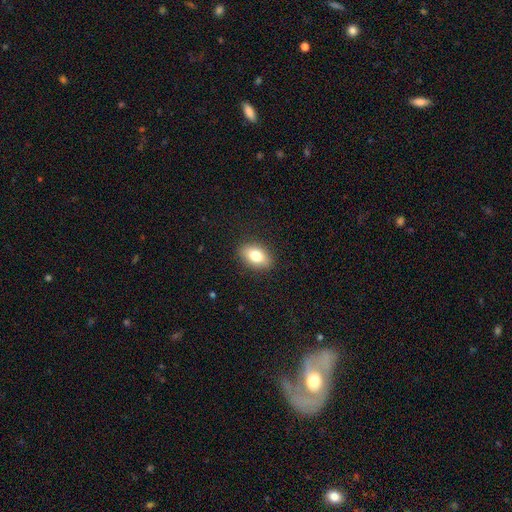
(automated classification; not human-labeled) A smooth galaxy with no disk features (77%) that is in between round and cigar-shaped (87%). Merging: none (88%).